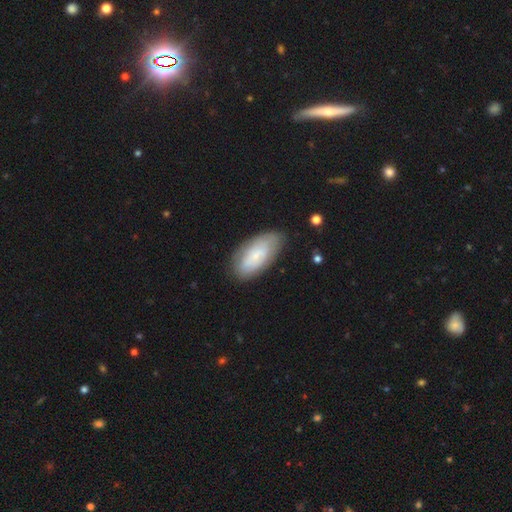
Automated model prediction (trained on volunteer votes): Smooth or featured? Predicted: smooth (p=0.61). How rounded? Predicted: in between (p=0.90). Merging? Predicted: none (p=0.76).